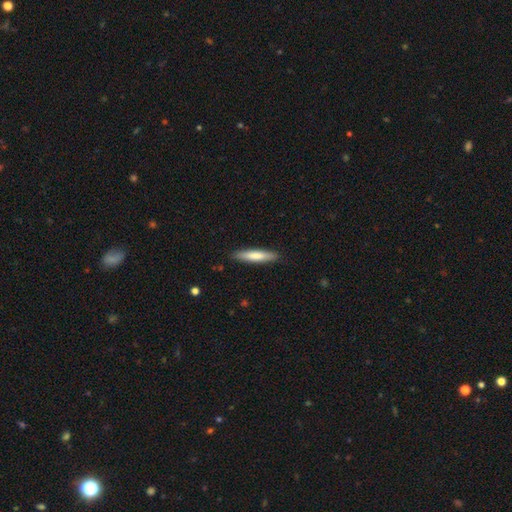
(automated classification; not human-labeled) Smooth or featured? Predicted: smooth (p=0.76). How rounded? Predicted: cigar-shaped (p=0.87). Merging? Predicted: none (p=0.89).